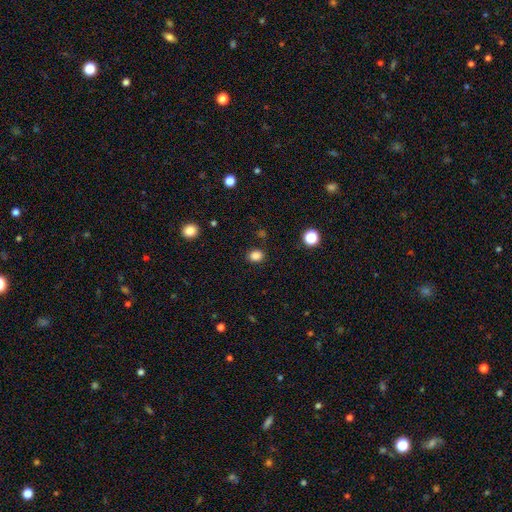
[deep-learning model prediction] smooth_or_featured: smooth (p=0.85) [alt: star or artifact p=0.12]
how_rounded: round (p=0.51) [alt: in between p=0.48]
merging: none (p=0.86) [alt: minor disturbance p=0.10]